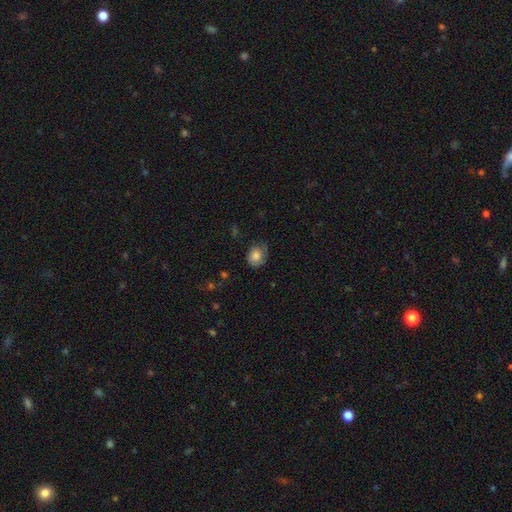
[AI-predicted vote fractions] A smooth galaxy with no disk features (79%) that is round (55%).

Vote fractions:
- Smooth or featured? smooth: 79% / featured or disk: 12% / star or artifact: 8%
- How rounded? round: 55% / in between: 44% / cigar-shaped: 1%
- Merging? none: 61% / minor disturbance: 29% / major disturbance: 9% / merger: 1%